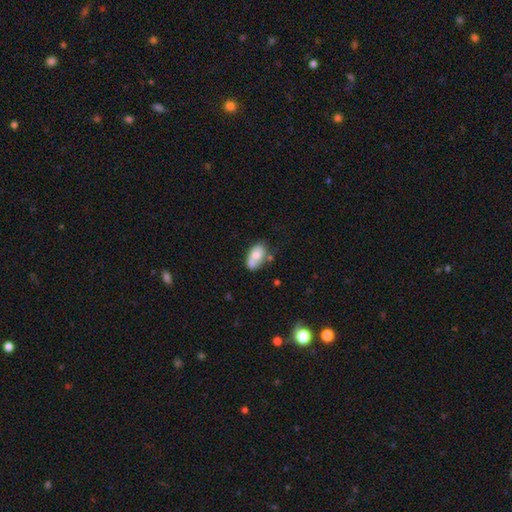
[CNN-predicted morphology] Smooth or featured: smooth — 62% (featured or disk — 30%)
How rounded: in between — 90% (round — 6%)
Merging: none — 41% (minor disturbance — 25%)